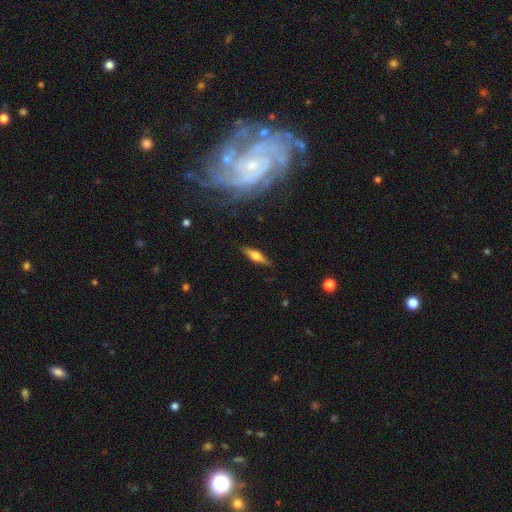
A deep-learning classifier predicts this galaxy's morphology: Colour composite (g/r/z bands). It shows a featured or disk galaxy (47%). Merging: none (87%).